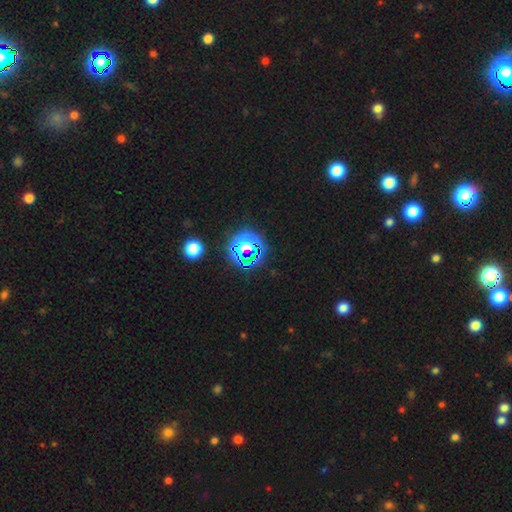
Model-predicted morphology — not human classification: smooth_or_featured: star or artifact (p=0.75) [alt: smooth p=0.17]